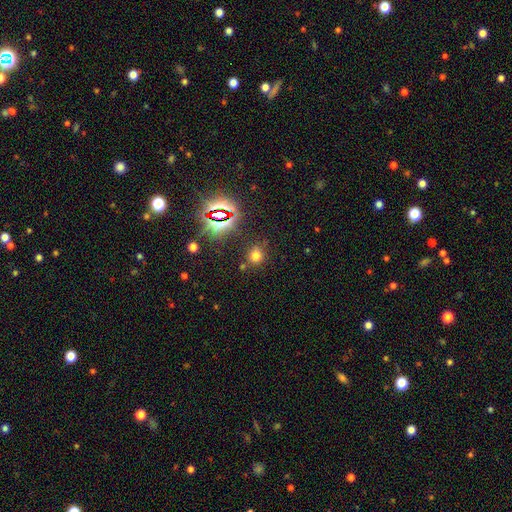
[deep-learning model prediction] A smooth galaxy with no disk features (65%) that is round (82%). Merging: none (77%).